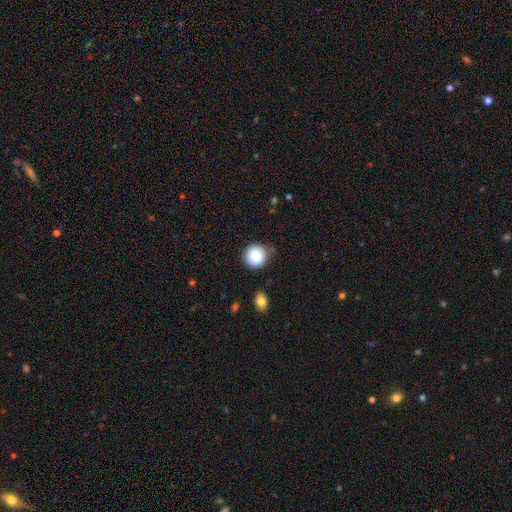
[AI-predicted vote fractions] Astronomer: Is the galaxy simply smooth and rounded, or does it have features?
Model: smooth — 84%.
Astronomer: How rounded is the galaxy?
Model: round — 93%.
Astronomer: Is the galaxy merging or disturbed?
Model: none — 79%.